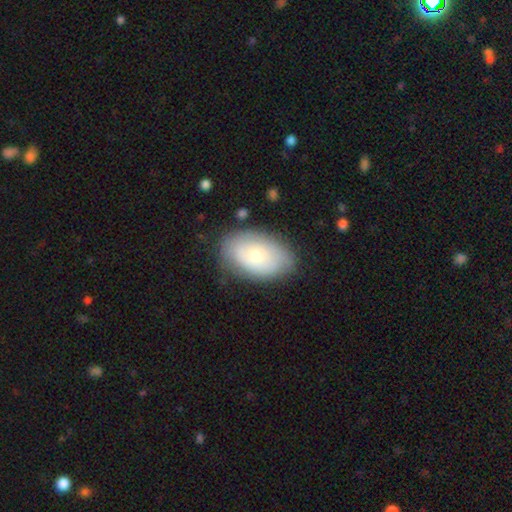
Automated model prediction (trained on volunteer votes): smooth_or_featured: smooth (p=0.64) [alt: featured or disk p=0.29]
how_rounded: in between (p=0.90) [alt: round p=0.09]
merging: none (p=0.77) [alt: minor disturbance p=0.17]